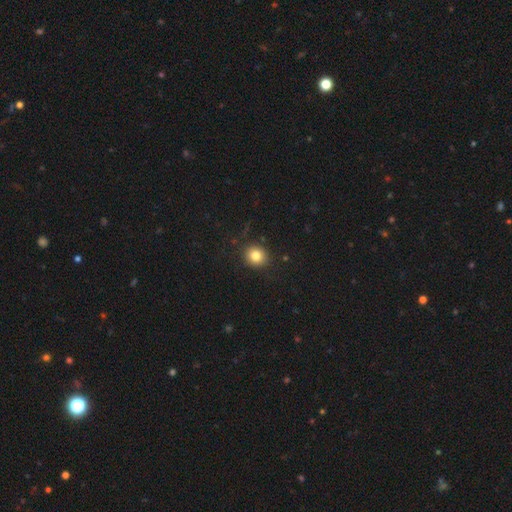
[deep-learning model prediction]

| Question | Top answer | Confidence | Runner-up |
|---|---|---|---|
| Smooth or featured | smooth | 82% | star or artifact (12%) |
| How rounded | round | 82% | in between (17%) |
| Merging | none | 89% | minor disturbance (8%) |